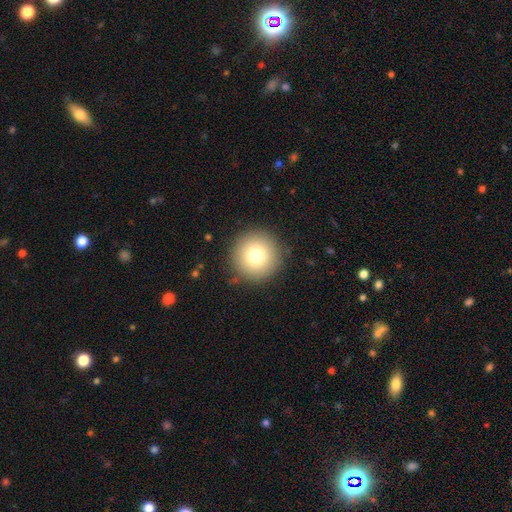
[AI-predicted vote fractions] Smooth or featured? smooth (79%)
How rounded? round (96%)
Merging? none (91%)